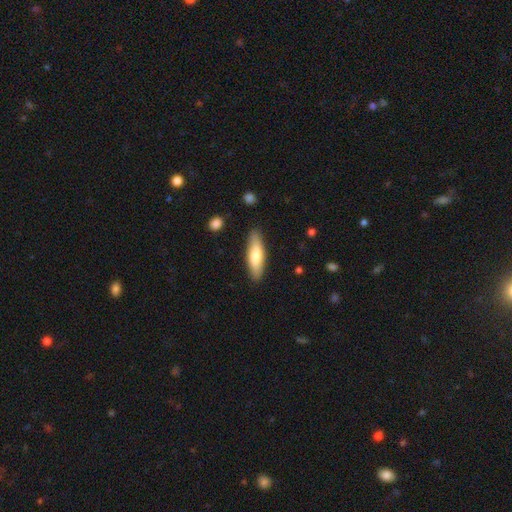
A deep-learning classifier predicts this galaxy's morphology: smooth 70%, featured or disk 25%, star or artifact 5%. Down the decision tree: how rounded — cigar-shaped (61%); merging — none (87%).